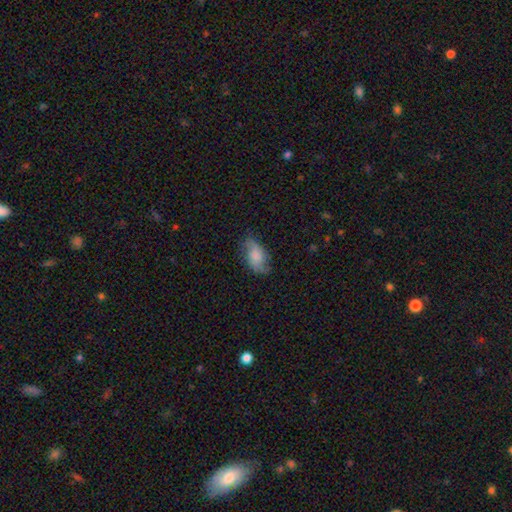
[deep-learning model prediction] The model was most divided on "smooth or featured": smooth: 49%, featured or disk: 42%, star or artifact: 8%. More confident: merging — none (68%).